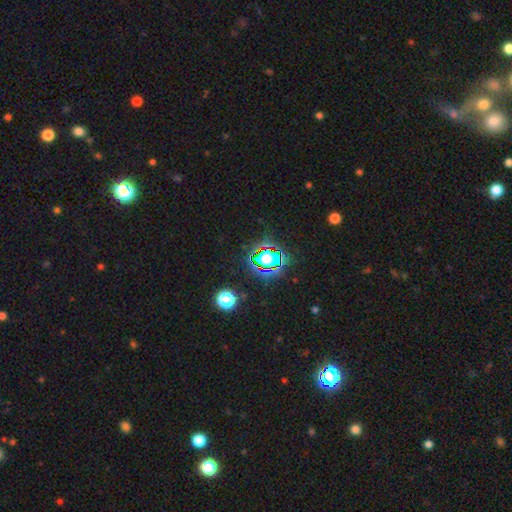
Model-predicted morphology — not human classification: A star or artifact, not a galaxy (73%).